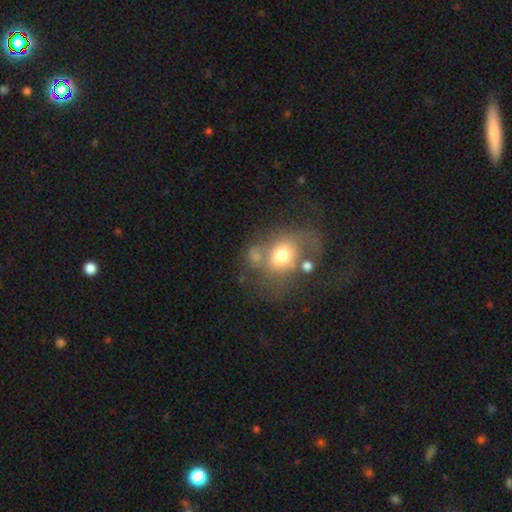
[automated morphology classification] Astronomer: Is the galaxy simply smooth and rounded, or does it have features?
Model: smooth — 60%.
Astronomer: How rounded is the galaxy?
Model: round — 52% (runner-up: in between, 47%).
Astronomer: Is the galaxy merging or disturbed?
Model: none — 32% (runner-up: major disturbance, 25%).